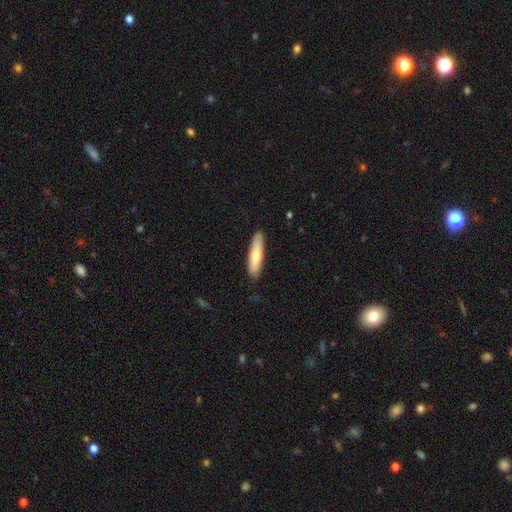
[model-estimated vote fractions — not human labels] smooth_or_featured: smooth (p=0.68) [alt: featured or disk p=0.27]
how_rounded: cigar-shaped (p=0.77) [alt: in between p=0.22]
merging: none (p=0.87) [alt: minor disturbance p=0.10]